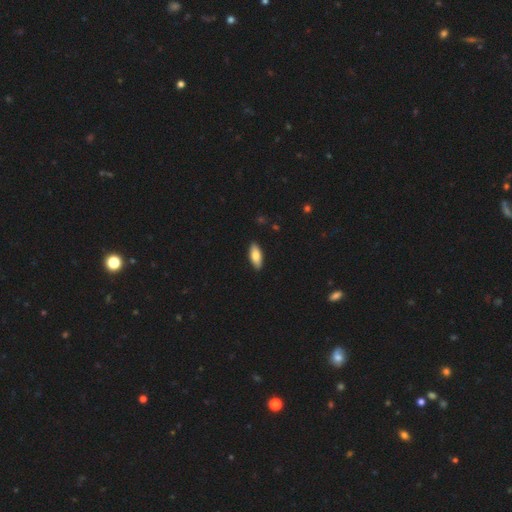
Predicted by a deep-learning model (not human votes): A smooth galaxy with no disk features (80%) that is in between round and cigar-shaped (80%).

Vote fractions:
- Smooth or featured? smooth: 80% / featured or disk: 14% / star or artifact: 6%
- How rounded? in between: 80% / cigar-shaped: 18% / round: 2%
- Merging? none: 90% / minor disturbance: 8% / major disturbance: 1% / merger: 1%